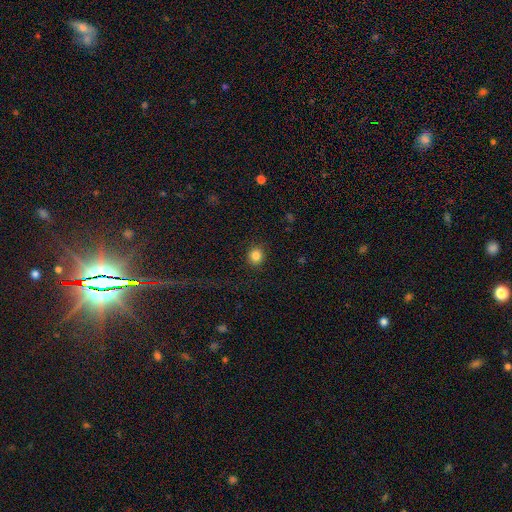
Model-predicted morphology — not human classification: This is clearly a smooth galaxy (84%). How rounded: clearly round (82%). Merging: clearly none (89%).